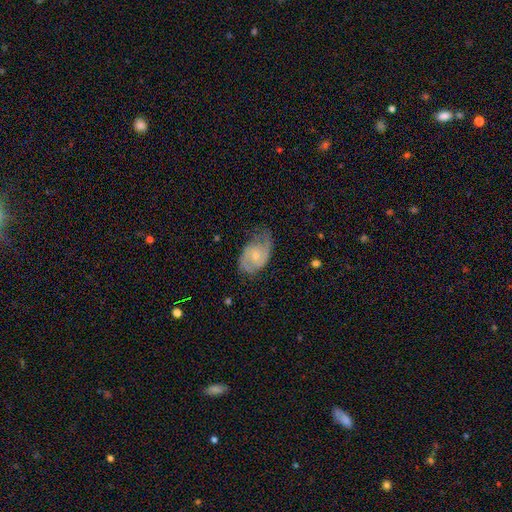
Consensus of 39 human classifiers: Volunteers were most divided on "bar" (2-way tie): weak: 50%, no: 50%, strong: 0%; "spiral winding" (2-way tie): tight: 35%, loose: 35%, medium: 29%. Remaining: edge-on disk — no (91%); spiral arms — yes (85%); spiral arm count — 2 (82%); smooth or featured — featured or disk (56%); bulge size — small (50%); merging — none (46%).